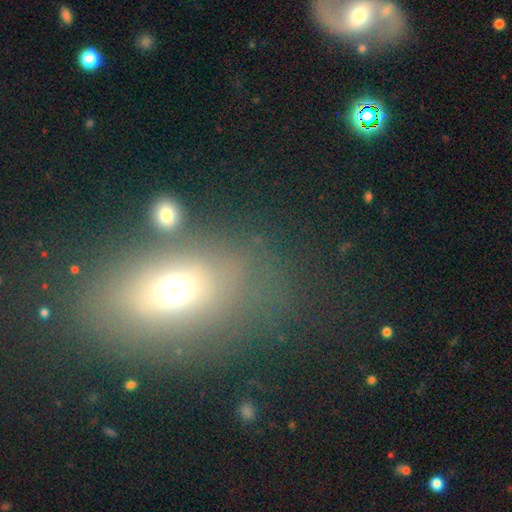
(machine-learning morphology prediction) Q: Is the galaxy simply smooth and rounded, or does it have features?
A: smooth — 57%.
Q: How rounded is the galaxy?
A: in between — 70%.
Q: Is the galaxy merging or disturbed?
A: none — 65%.